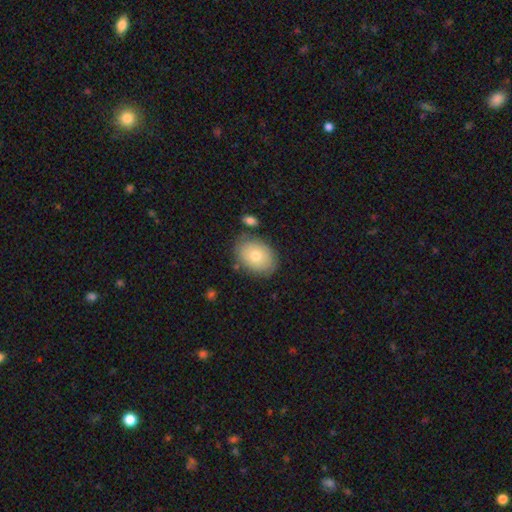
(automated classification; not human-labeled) Smooth or featured?
  - smooth: 76% *
  - featured or disk: 16%
  - star or artifact: 8%
How rounded?
  - in between: 78% *
  - round: 21%
  - cigar-shaped: 1%
Merging?
  - none: 80% *
  - minor disturbance: 12%
  - merger: 5%
  - major disturbance: 3%